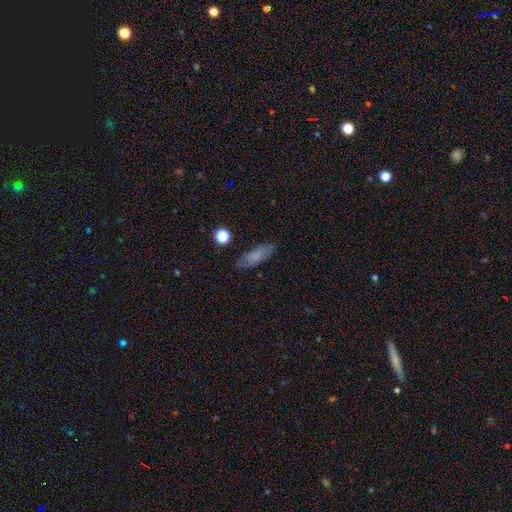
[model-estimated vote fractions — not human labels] smooth 72%, featured or disk 17%, star or artifact 11%. Down the decision tree: how rounded — in between (63%); merging — none (79%).